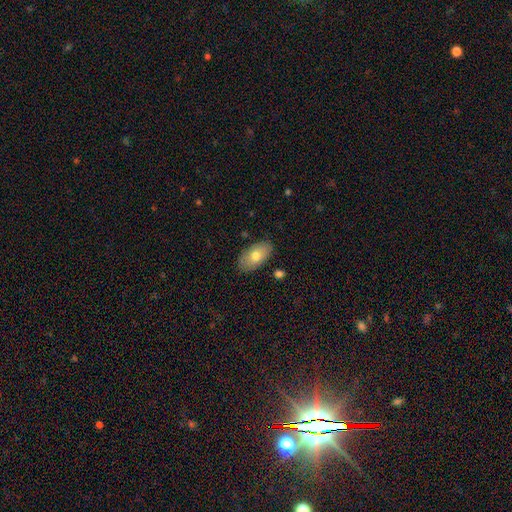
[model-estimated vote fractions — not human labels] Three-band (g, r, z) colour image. It shows a smooth galaxy with no disk features (72%) that is in between round and cigar-shaped (94%). Merging: none (84%).